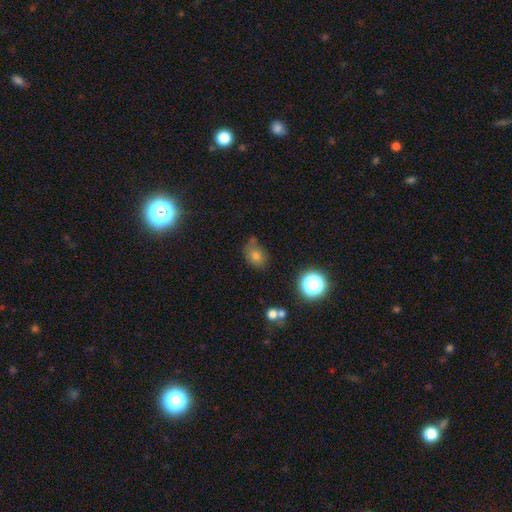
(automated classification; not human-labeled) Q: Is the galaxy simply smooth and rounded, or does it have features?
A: smooth — 71%.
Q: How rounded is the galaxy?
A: in between — 61%.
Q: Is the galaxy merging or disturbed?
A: none — 62%.